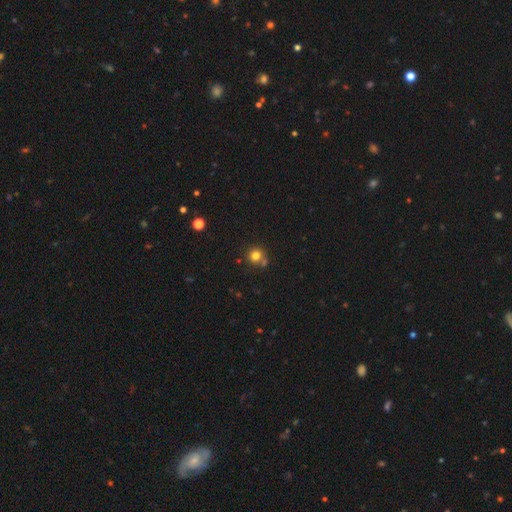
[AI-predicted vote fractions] This appears to be a smooth galaxy with no disk features (79%) that is round (91%). Merging: none (69%).